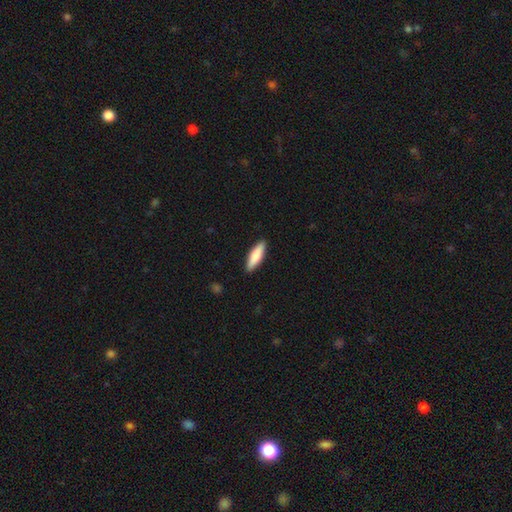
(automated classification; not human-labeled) Morphology: type=smooth (77%); roundness=cigar-shaped (62%); merging=none (90%).